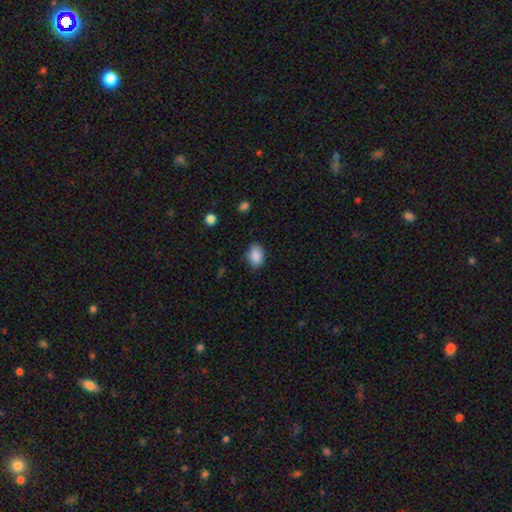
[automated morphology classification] The model was most divided on "how rounded": in between: 83%, round: 16%, cigar-shaped: 1%. More confident: smooth or featured — smooth (89%); merging — none (82%).